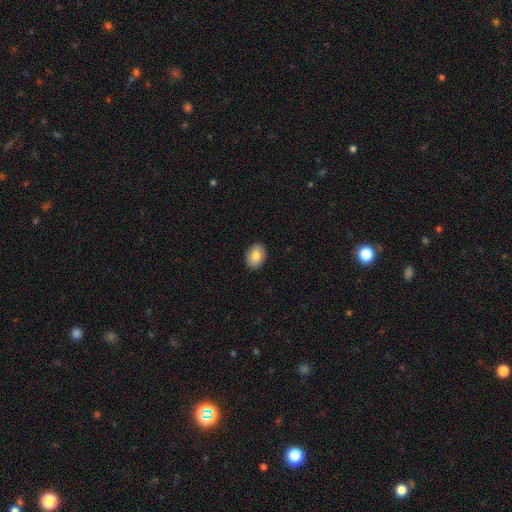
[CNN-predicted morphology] Smooth or featured: smooth — 82% (featured or disk — 11%)
How rounded: in between — 78% (round — 21%)
Merging: none — 90% (minor disturbance — 7%)